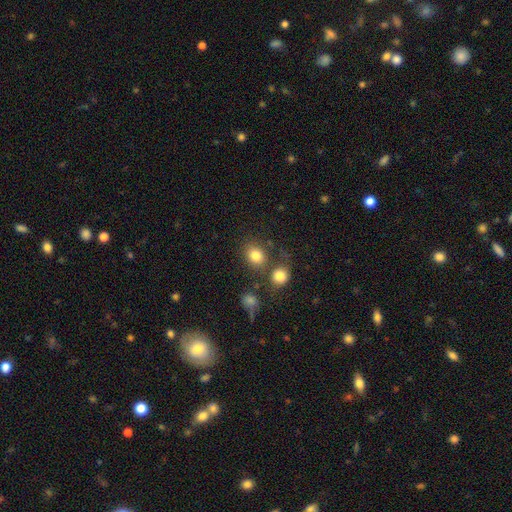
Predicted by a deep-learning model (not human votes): The model was most divided on "how rounded": round: 58%, in between: 41%, cigar-shaped: 1%. More confident: smooth or featured — smooth (81%); merging — none (64%).